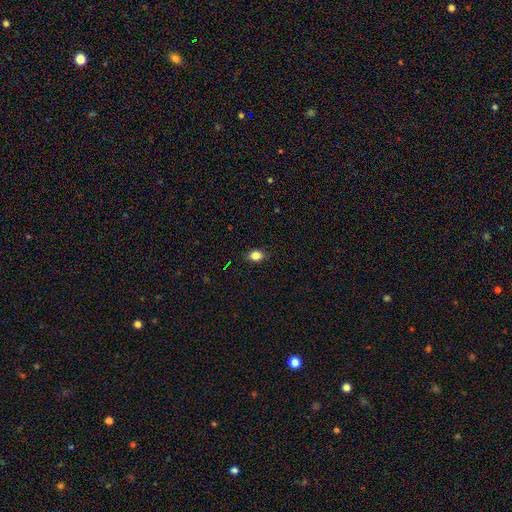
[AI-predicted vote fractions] This is clearly a smooth galaxy (85%). How rounded: likely in between (74%). Merging: clearly none (88%).